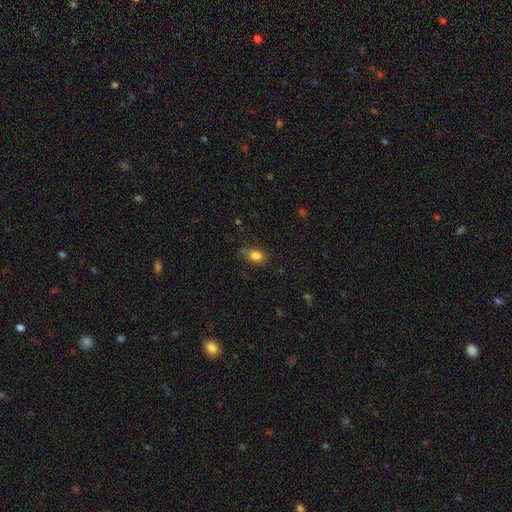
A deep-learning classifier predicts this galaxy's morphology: Smooth or featured? smooth (83%)
How rounded? in between (71%)
Merging? none (70%)